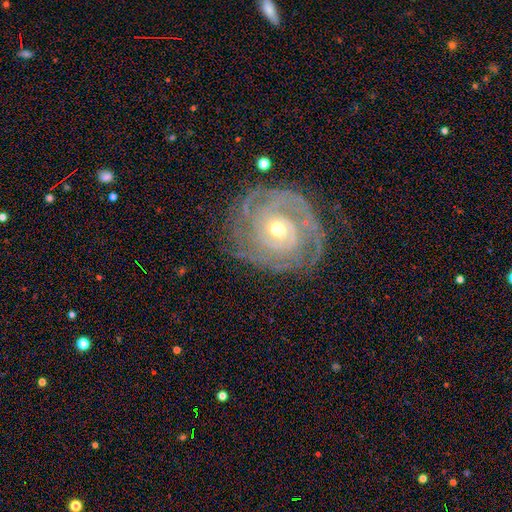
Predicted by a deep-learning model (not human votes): smooth-or-featured: featured or disk: 88% | star or artifact: 6% | smooth: 5%
  disk-edge-on: no: 97% | yes: 3%
    bar: no: 68% | weak: 22% | strong: 10%
    has-spiral-arms: yes: 97% | no: 3%
      spiral-winding: tight: 82% | medium: 15% | loose: 3%
      spiral-arm-count: 2: 27% | 3: 24% | can't tell: 22% | 4: 12% | more than 4: 8% | 1: 7%
    bulge-size: moderate: 50% | small: 46% | large: 2% | none: 1% | dominant: 1%
  merging: none: 79% | minor disturbance: 14% | major disturbance: 5% | merger: 1%